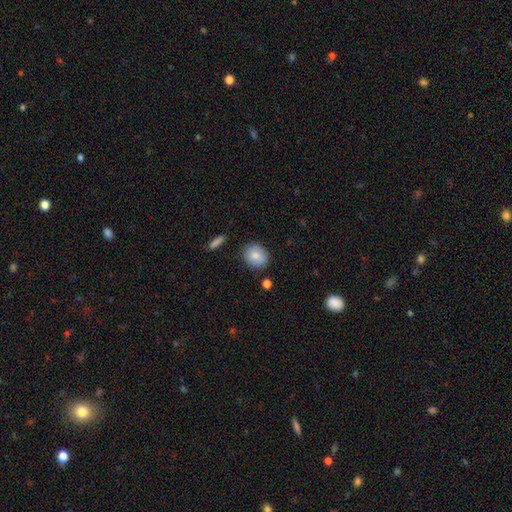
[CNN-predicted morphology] This appears to be a smooth galaxy with no disk features (79%) that is round (68%). Merging: none (81%).